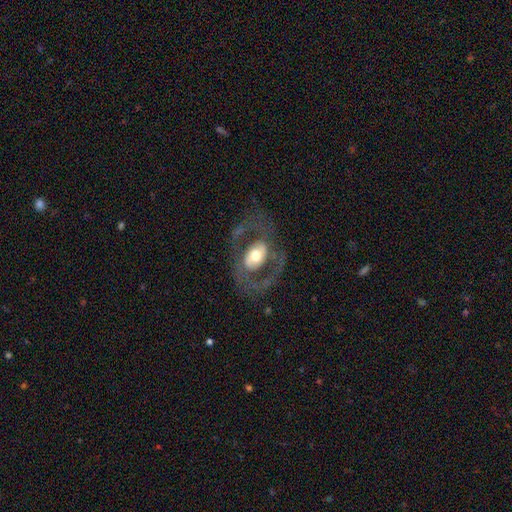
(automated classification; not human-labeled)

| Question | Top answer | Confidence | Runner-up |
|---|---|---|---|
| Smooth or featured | featured or disk | 74% | smooth (21%) |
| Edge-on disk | no | 95% | yes (5%) |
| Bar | no | 49% | weak (31%) |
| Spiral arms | yes | 62% | no (38%) |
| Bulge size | moderate | 62% | large (25%) |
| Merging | none | 66% | major disturbance (19%) |